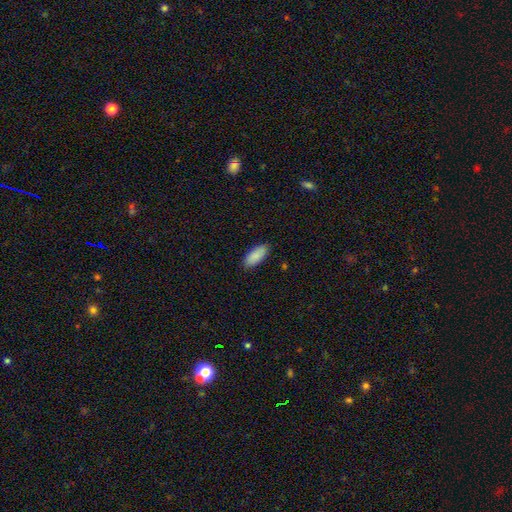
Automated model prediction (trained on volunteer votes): Morphology: type=smooth (90%); roundness=in between (85%); merging=none (87%).